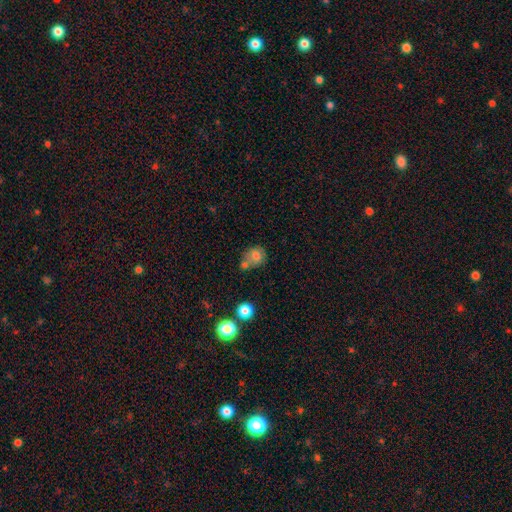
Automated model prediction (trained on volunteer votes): A smooth galaxy with no disk features (73%) that is round (72%). Merging: none (44%).